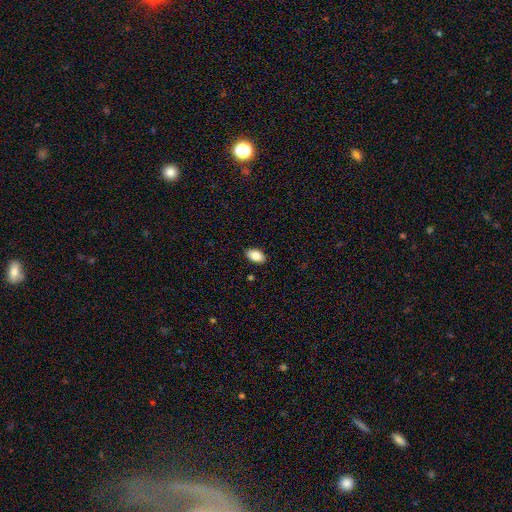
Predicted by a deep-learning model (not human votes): This is clearly a smooth galaxy (86%). How rounded: clearly in between (94%). Merging: clearly none (88%).